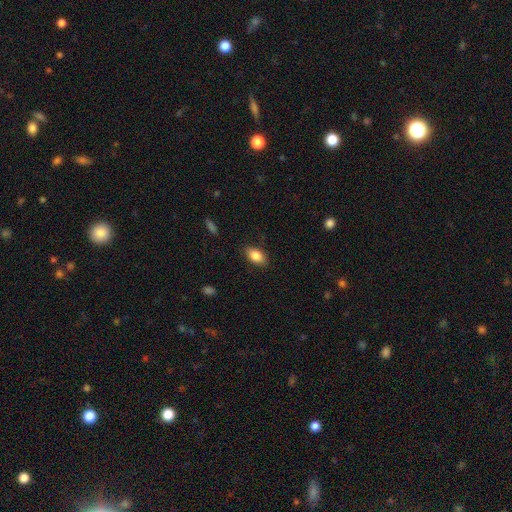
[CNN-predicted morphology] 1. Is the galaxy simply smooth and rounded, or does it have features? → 86% smooth, 7% star or artifact, 7% featured or disk.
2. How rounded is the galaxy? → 91% in between, 7% round, 2% cigar-shaped.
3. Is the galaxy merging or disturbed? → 85% none, 11% minor disturbance, 3% major disturbance, 1% merger.